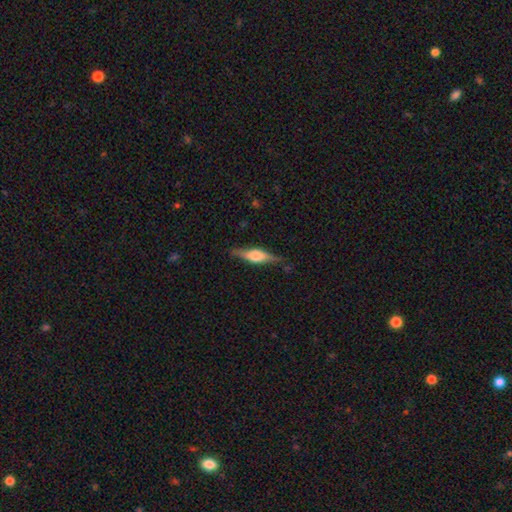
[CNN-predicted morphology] Smooth or featured? featured or disk (61%)
Edge-on disk? yes (95%)
Edge-on bulge? rounded (85%)
Merging? none (81%)